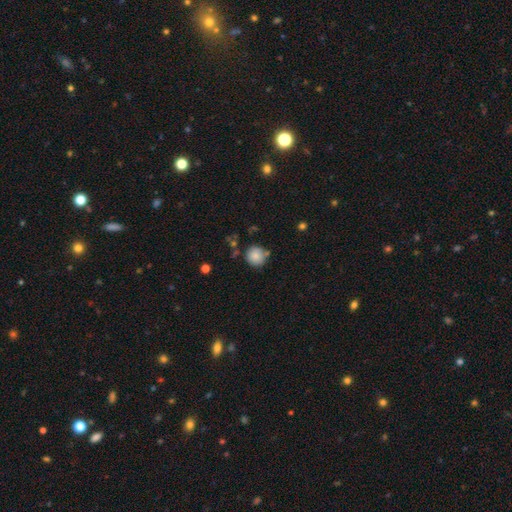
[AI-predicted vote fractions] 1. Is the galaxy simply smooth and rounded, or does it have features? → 84% smooth, 9% star or artifact, 6% featured or disk.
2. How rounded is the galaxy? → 91% round, 8% in between, 1% cigar-shaped.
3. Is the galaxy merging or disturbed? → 75% none, 14% minor disturbance, 8% merger, 3% major disturbance.